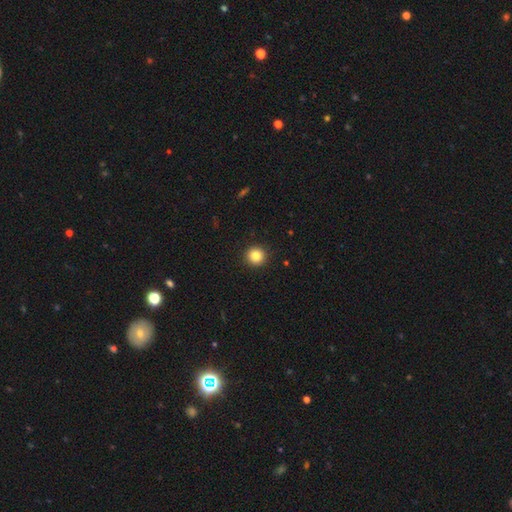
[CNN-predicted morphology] This appears to be a smooth galaxy with no disk features (85%) that is round (94%). Merging: none (93%).